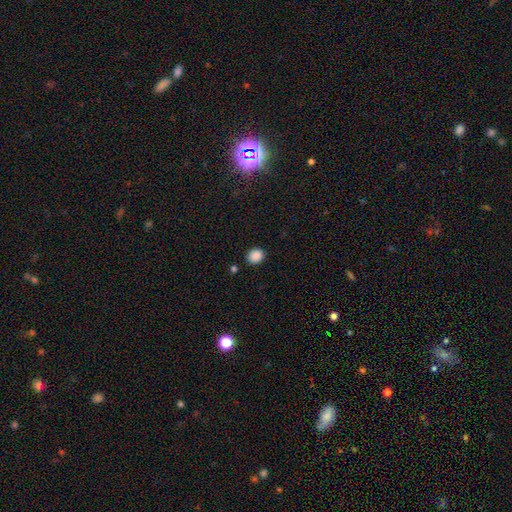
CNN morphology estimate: Smooth or featured? smooth (88%)
How rounded? round (62%)
Merging? none (86%)